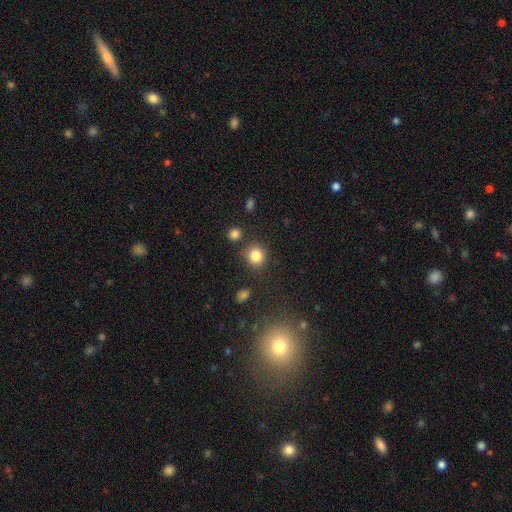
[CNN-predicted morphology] type=smooth (84%); roundness=round (87%); merging=none (80%).